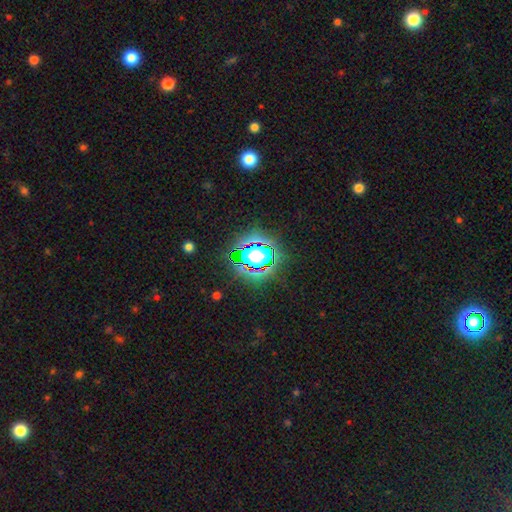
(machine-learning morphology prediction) The model was most divided on "smooth or featured": star or artifact: 60%, smooth: 28%, featured or disk: 12%.